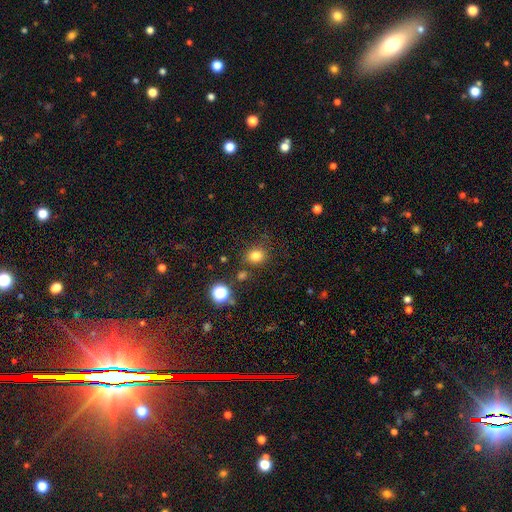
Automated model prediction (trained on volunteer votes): Smooth or featured?
  - smooth: 79% *
  - star or artifact: 15%
  - featured or disk: 6%
How rounded?
  - round: 76% *
  - in between: 23%
  - cigar-shaped: 1%
Merging?
  - none: 79% *
  - minor disturbance: 11%
  - merger: 5%
  - major disturbance: 4%